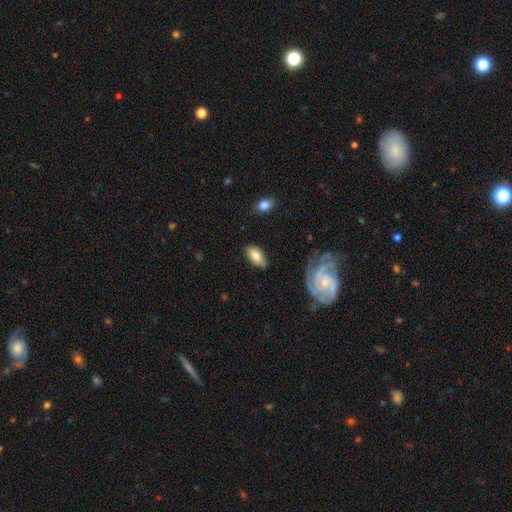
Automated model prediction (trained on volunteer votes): Smooth or featured? Predicted: smooth (p=0.71). How rounded? Predicted: in between (p=0.90). Merging? Predicted: none (p=0.77).